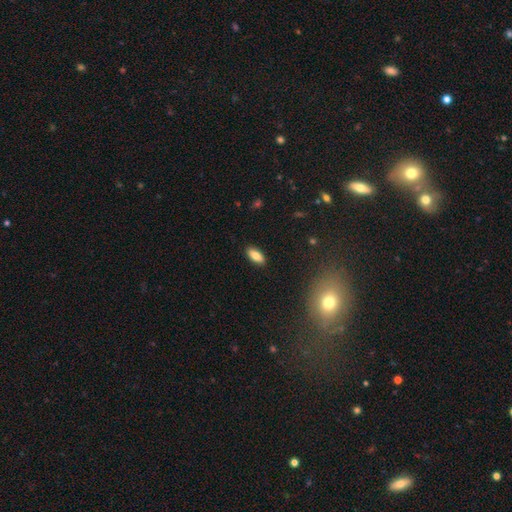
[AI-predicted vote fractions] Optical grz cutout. It shows a smooth galaxy with no disk features (81%) that is in between round and cigar-shaped (83%). Merging: none (88%).